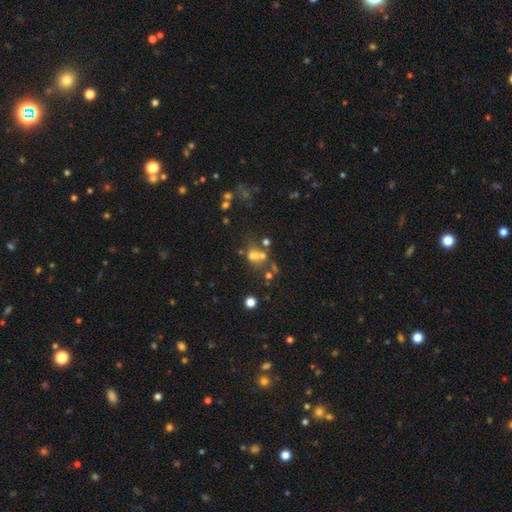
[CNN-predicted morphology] type=smooth (48%); merging=merger (43%).